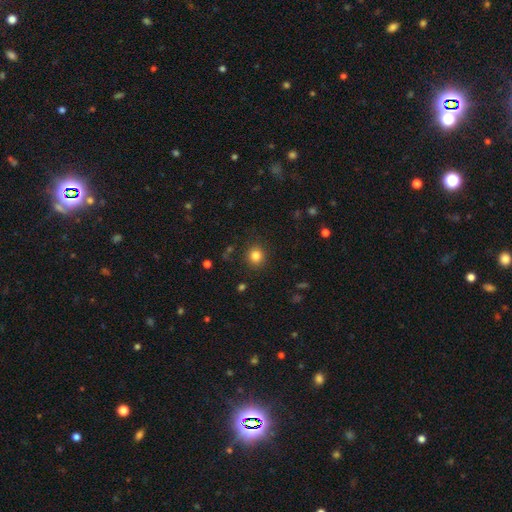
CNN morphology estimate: Smooth or featured: smooth — 83% (star or artifact — 12%)
How rounded: round — 86% (in between — 13%)
Merging: none — 88% (minor disturbance — 7%)